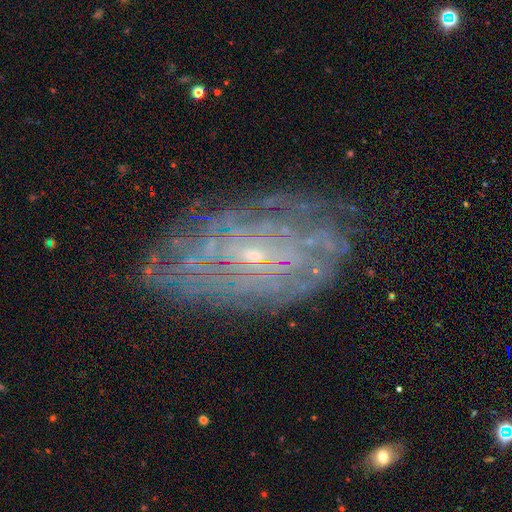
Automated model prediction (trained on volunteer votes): Smooth or featured: featured or disk — 80% (smooth — 12%)
Edge-on disk: no — 93% (yes — 7%)
Bar: no — 44% (weak — 43%)
Spiral arms: yes — 80% (no — 20%)
Spiral winding: tight — 71% (medium — 21%)
Spiral arm count: can't tell — 60% (more than 4 — 10%)
Bulge size: small — 78% (moderate — 15%)
Merging: none — 73% (minor disturbance — 17%)